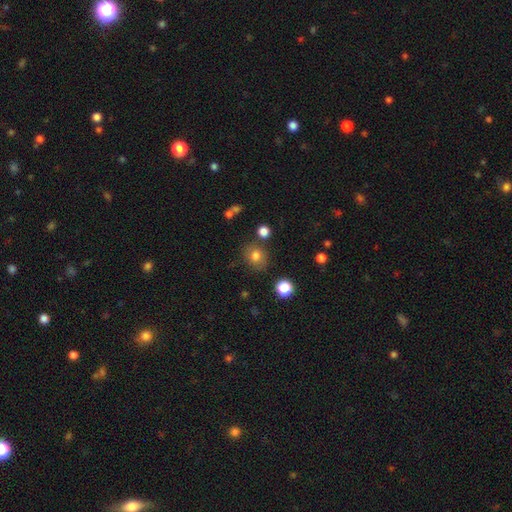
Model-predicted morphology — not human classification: This appears to be a smooth galaxy with no disk features (78%) that is round (73%). Merging: none (77%).